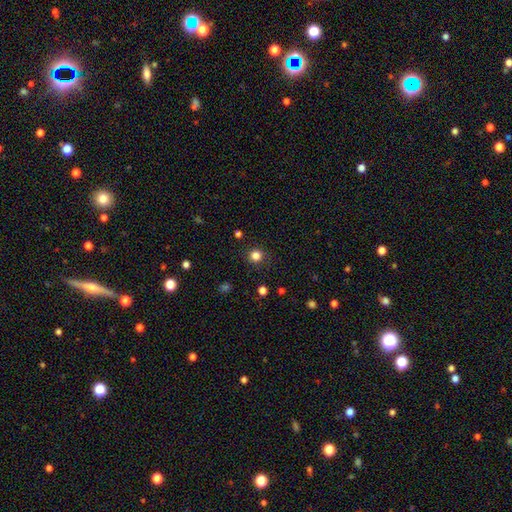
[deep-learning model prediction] A smooth galaxy with no disk features (82%) that is round (94%).

Vote fractions:
- Smooth or featured? smooth: 82% / star or artifact: 14% / featured or disk: 4%
- How rounded? round: 94% / in between: 5% / cigar-shaped: 1%
- Merging? none: 89% / minor disturbance: 7% / major disturbance: 3% / merger: 1%